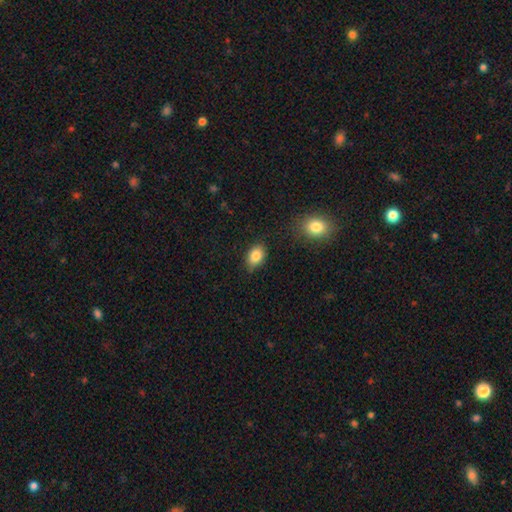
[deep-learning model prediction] A smooth galaxy with no disk features (84%) that is in between round and cigar-shaped (80%). Merging: none (79%).